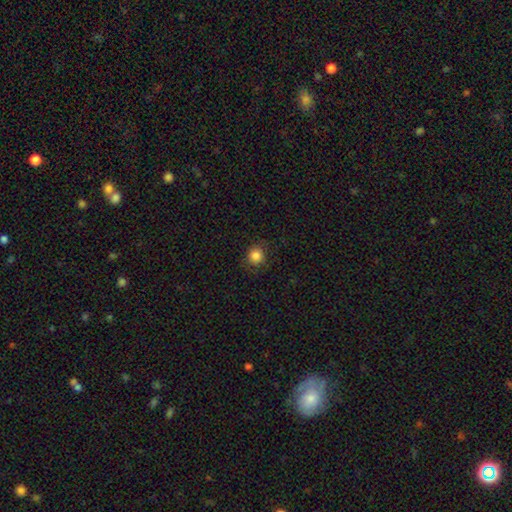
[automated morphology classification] Overall: smooth (84%). How rounded: round (90%). Merging: none (86%).